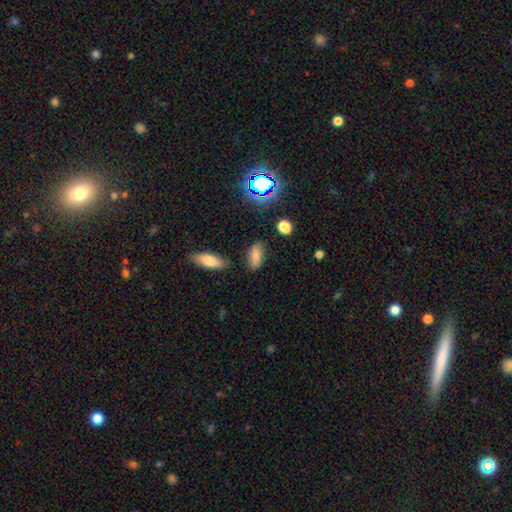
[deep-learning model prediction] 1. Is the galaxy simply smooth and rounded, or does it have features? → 73% smooth, 14% star or artifact, 13% featured or disk.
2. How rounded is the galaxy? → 86% in between, 9% cigar-shaped, 5% round.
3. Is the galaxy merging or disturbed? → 78% none, 15% minor disturbance, 4% major disturbance, 3% merger.